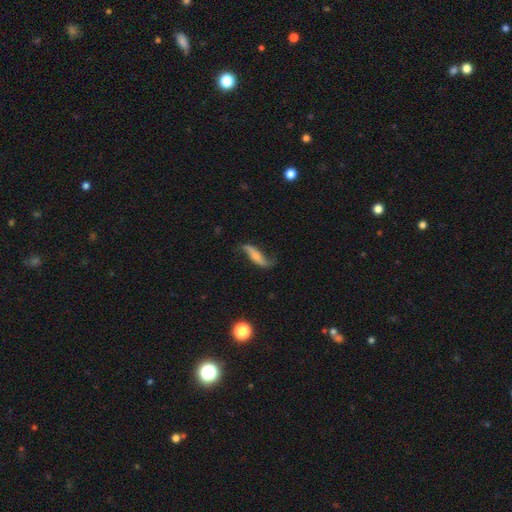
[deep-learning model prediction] Morphology: type=featured or disk (72%); edge-on=no (81%); bar=no (51%); spiral arms=yes (91%); winding=loose (90%); arm count=2 (91%); bulge=small (50%); merging=none (66%).